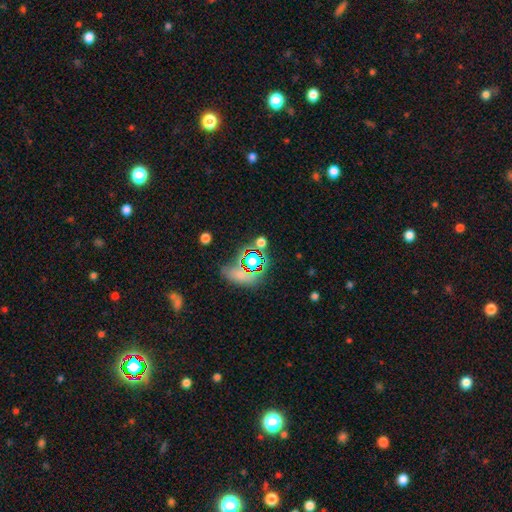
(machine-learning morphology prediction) This is possibly a star or artifact rather than a galaxy (46%).